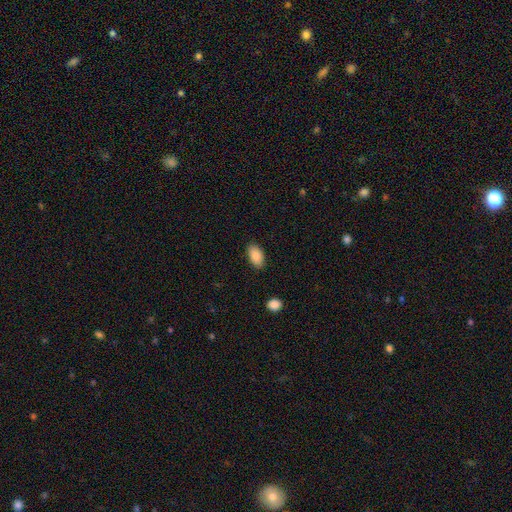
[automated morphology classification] Q: Smooth or featured?
A: smooth (89%); runner-up: star or artifact (7%)
Q: How rounded?
A: in between (93%); runner-up: round (5%)
Q: Merging?
A: none (86%); runner-up: minor disturbance (10%)